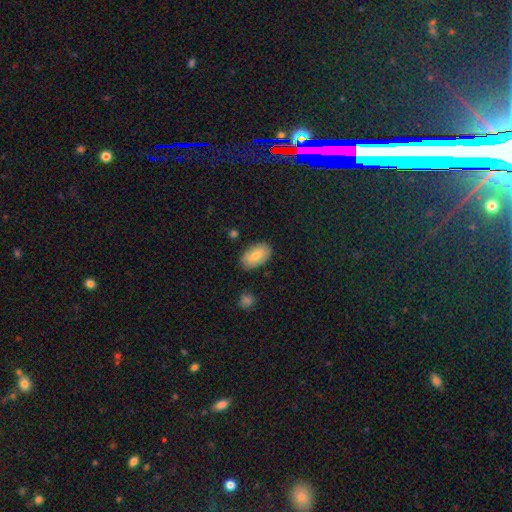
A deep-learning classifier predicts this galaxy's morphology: Smooth or featured? Predicted: smooth (p=0.77). How rounded? Predicted: in between (p=0.94). Merging? Predicted: none (p=0.84).